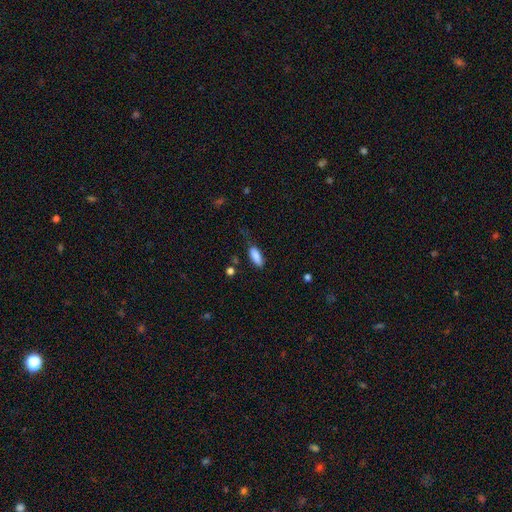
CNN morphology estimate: Smooth or featured?
  - smooth: 86% *
  - star or artifact: 7%
  - featured or disk: 7%
How rounded?
  - in between: 70% *
  - cigar-shaped: 28%
  - round: 2%
Merging?
  - none: 66% *
  - minor disturbance: 24%
  - major disturbance: 7%
  - merger: 3%